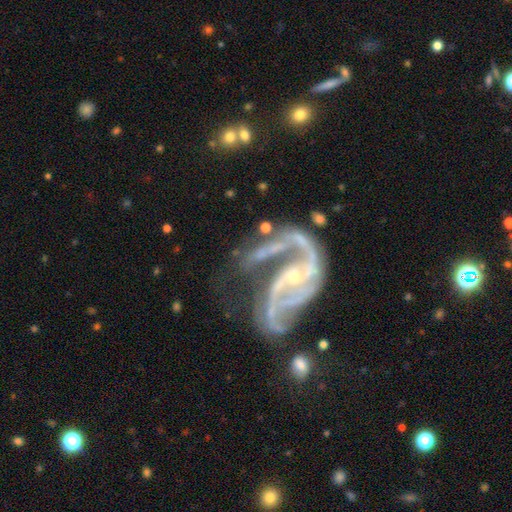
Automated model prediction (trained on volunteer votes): Smooth or featured: featured or disk — 91% (star or artifact — 6%)
Edge-on disk: no — 98% (yes — 2%)
Bar: no — 45% (weak — 32%)
Spiral arms: yes — 97% (no — 3%)
Spiral winding: medium — 48% (loose — 36%)
Spiral arm count: 2 — 37% (3 — 33%)
Bulge size: small — 78% (moderate — 15%)
Merging: major disturbance — 37% (none — 34%)